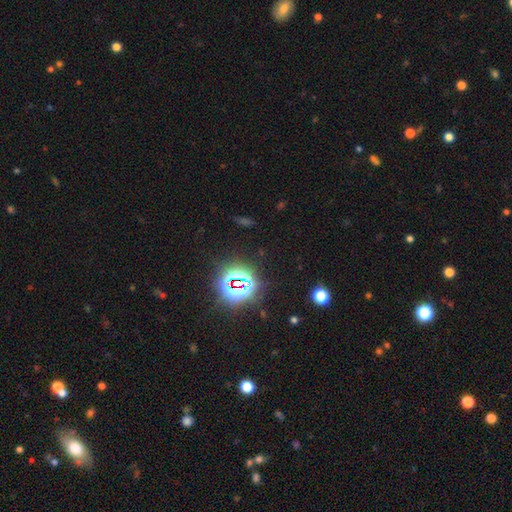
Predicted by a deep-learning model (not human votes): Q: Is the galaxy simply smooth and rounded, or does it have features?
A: star or artifact — 83%.